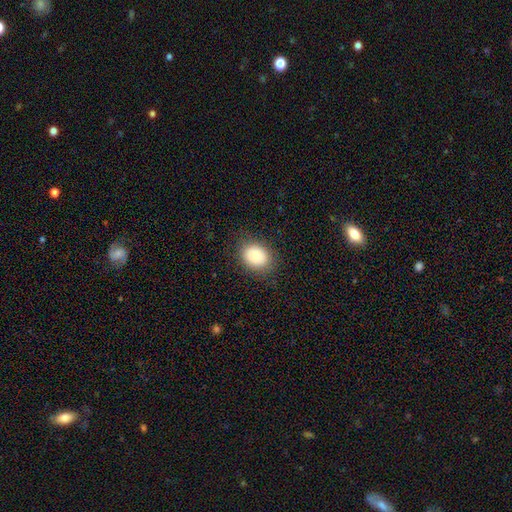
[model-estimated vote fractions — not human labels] A smooth galaxy with no disk features (83%) that is in between round and cigar-shaped (52%). Merging: none (85%).